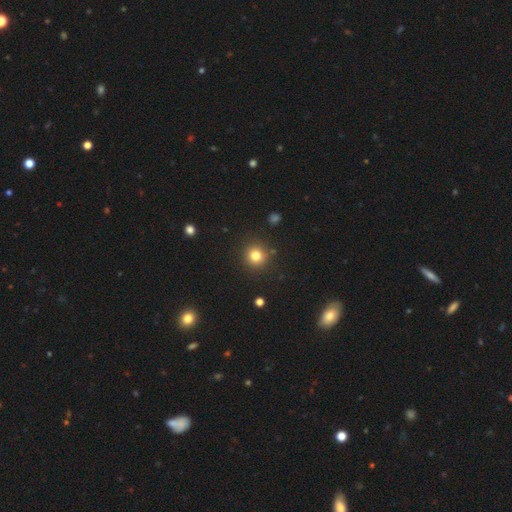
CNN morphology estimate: smooth-or-featured: smooth: 80% | star or artifact: 14% | featured or disk: 6%
  how-rounded: round: 93% | in between: 6% | cigar-shaped: 1%
  merging: none: 89% | minor disturbance: 7% | major disturbance: 2% | merger: 2%